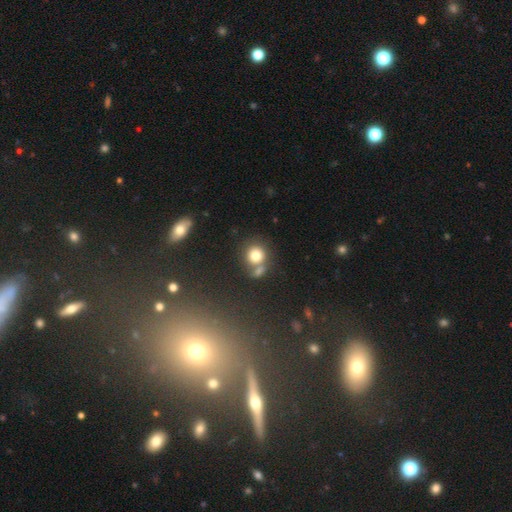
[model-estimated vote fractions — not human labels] Q: Smooth or featured?
A: smooth (77%); runner-up: star or artifact (11%)
Q: How rounded?
A: round (84%); runner-up: in between (15%)
Q: Merging?
A: none (53%); runner-up: merger (32%)